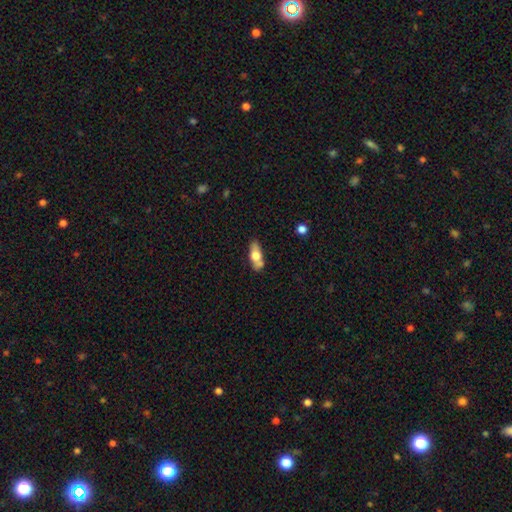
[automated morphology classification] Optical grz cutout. It shows a smooth galaxy with no disk features (62%) that is in between round and cigar-shaped (72%). Merging: none (65%).